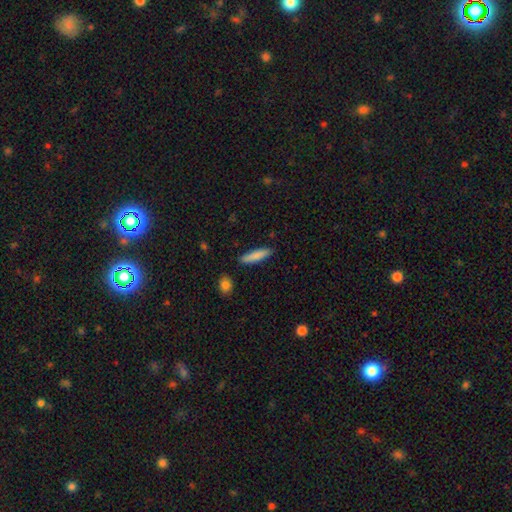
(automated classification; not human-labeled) This appears to be a smooth galaxy with no disk features (84%) that is cigar-shaped (80%). Merging: none (87%).